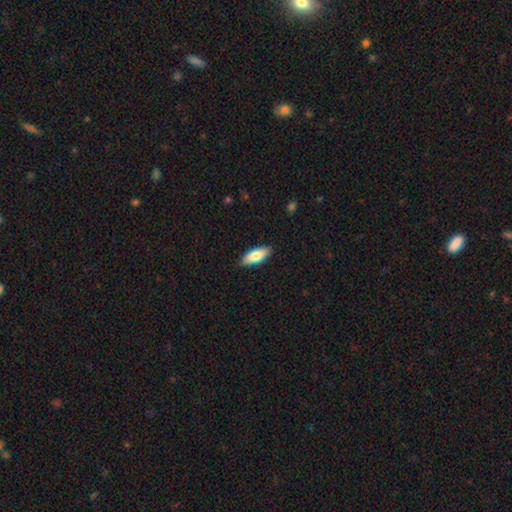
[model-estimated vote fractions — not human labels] This appears to be a smooth galaxy with no disk features (79%) that is in between round and cigar-shaped (72%). Merging: none (87%).